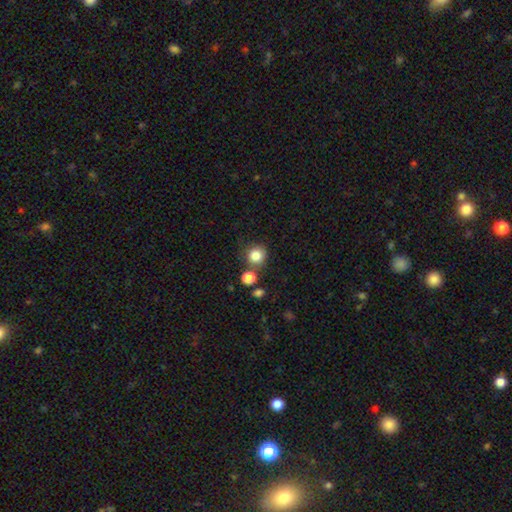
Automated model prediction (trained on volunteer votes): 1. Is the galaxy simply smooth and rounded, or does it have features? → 83% smooth, 11% star or artifact, 6% featured or disk.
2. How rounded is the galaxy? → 90% round, 9% in between, 1% cigar-shaped.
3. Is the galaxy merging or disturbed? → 74% none, 12% merger, 11% minor disturbance, 4% major disturbance.